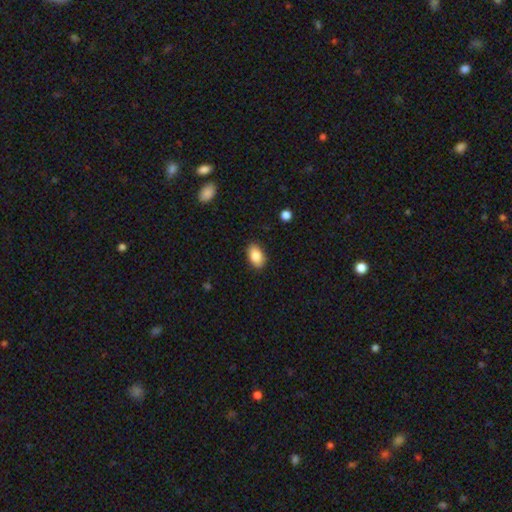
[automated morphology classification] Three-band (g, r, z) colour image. It shows a smooth galaxy with no disk features (86%) that is in between round and cigar-shaped (90%). Merging: none (85%).